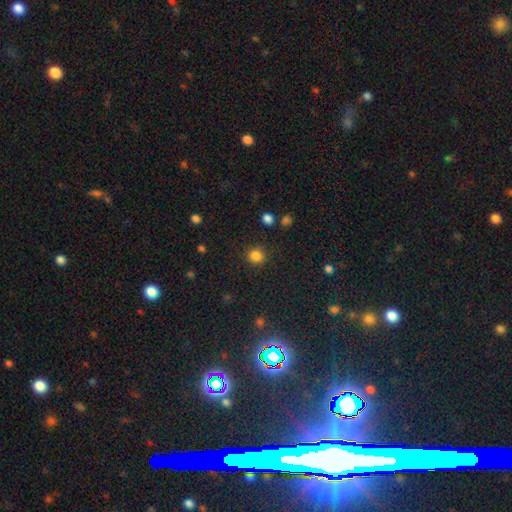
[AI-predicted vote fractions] Smooth or featured? smooth (84%)
How rounded? round (91%)
Merging? none (88%)